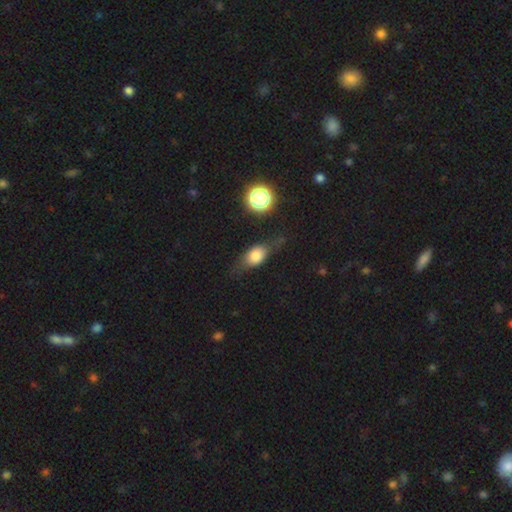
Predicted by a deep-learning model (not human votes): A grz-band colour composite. It shows a smooth galaxy with no disk features (59%) that is in between round and cigar-shaped (64%). Merging: none (65%).